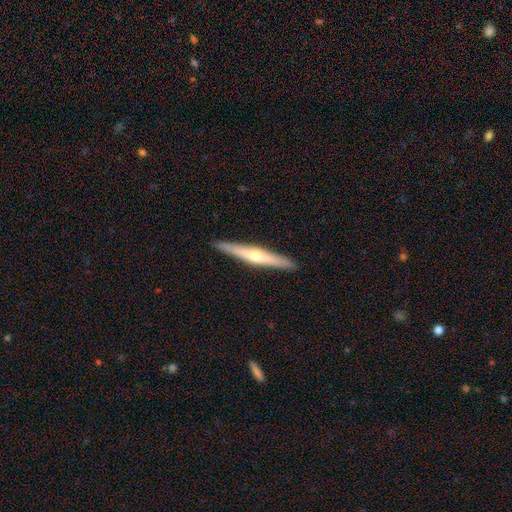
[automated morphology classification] smooth-or-featured: featured or disk: 64% | smooth: 31% | star or artifact: 5%
  disk-edge-on: yes: 97% | no: 3%
    edge-on-bulge: rounded: 84% | none: 12% | boxy: 4%
  merging: none: 91% | minor disturbance: 6% | major disturbance: 1% | merger: 1%